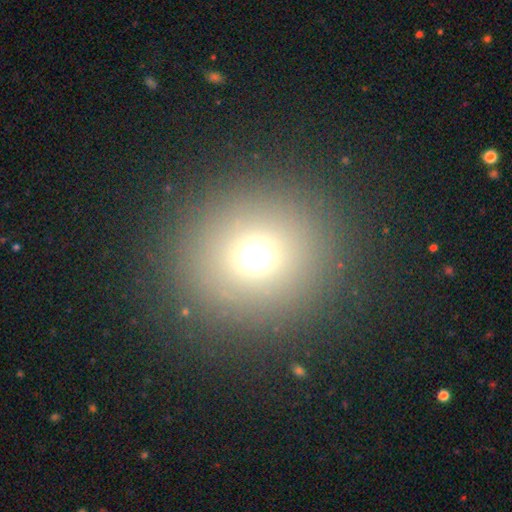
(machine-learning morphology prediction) Smooth or featured?
  - smooth: 69% *
  - star or artifact: 21%
  - featured or disk: 10%
How rounded?
  - round: 89% *
  - in between: 10%
  - cigar-shaped: 1%
Merging?
  - none: 89% *
  - minor disturbance: 6%
  - major disturbance: 4%
  - merger: 1%